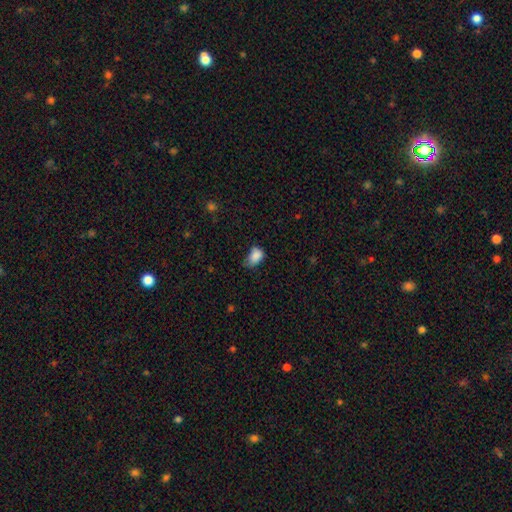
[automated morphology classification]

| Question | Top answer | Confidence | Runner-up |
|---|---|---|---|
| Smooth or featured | smooth | 86% | star or artifact (9%) |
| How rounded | in between | 80% | round (19%) |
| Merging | minor disturbance | 45% | none (39%) |